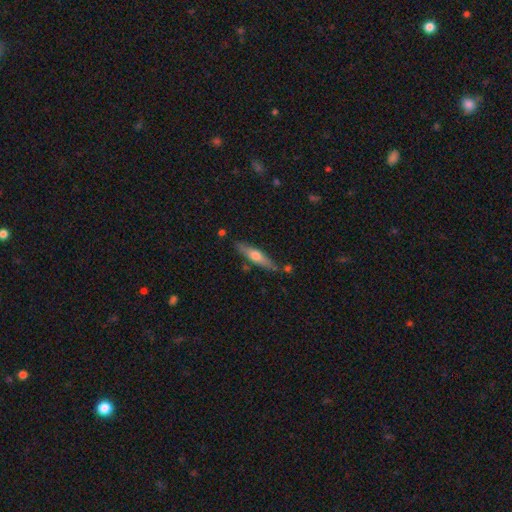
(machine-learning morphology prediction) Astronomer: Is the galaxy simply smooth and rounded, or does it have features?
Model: smooth — 49% (runner-up: featured or disk, 46%).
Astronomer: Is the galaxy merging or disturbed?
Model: none — 78%.